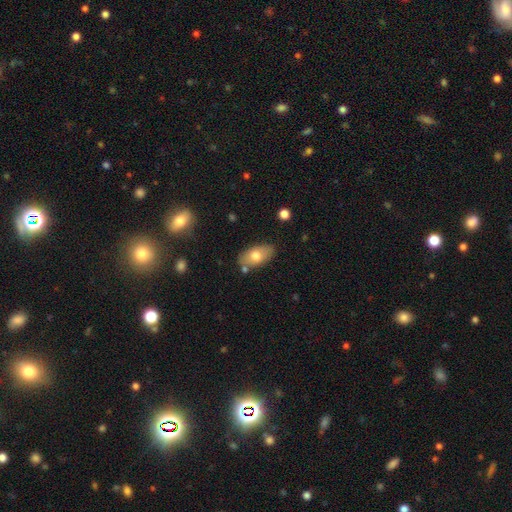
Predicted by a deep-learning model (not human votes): A smooth galaxy with no disk features (72%) that is in between round and cigar-shaped (92%). Merging: none (77%).